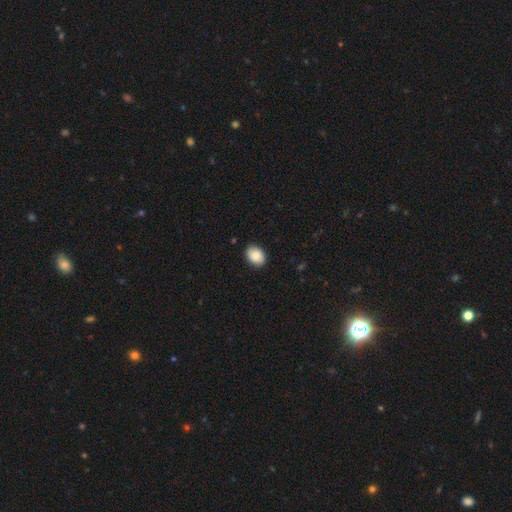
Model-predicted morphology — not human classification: Overall: smooth (85%). How rounded: in between (71%). Merging: none (87%).